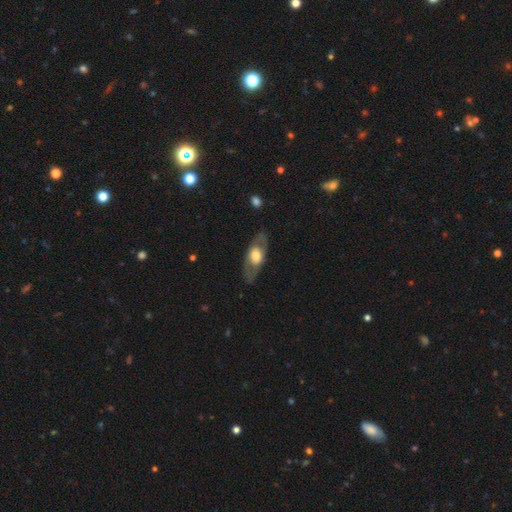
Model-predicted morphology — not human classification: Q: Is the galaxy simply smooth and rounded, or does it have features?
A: featured or disk — 59%.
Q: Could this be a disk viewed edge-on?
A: no — 73%.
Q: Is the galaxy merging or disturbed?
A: none — 80%.